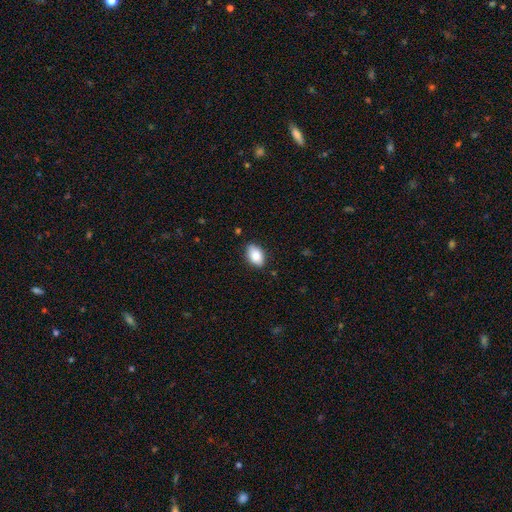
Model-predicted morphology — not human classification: The model was most divided on "merging": none: 84%, minor disturbance: 13%, major disturbance: 2%, merger: 1%. More confident: how rounded — in between (91%); smooth or featured — smooth (87%).